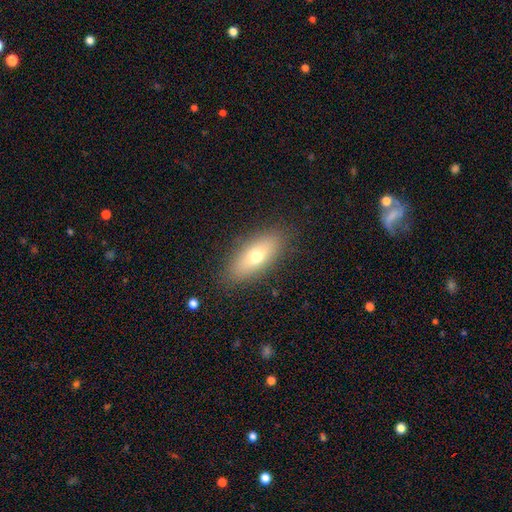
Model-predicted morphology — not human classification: Smooth or featured: smooth — 68% (featured or disk — 24%)
How rounded: in between — 75% (cigar-shaped — 20%)
Merging: none — 86% (minor disturbance — 9%)